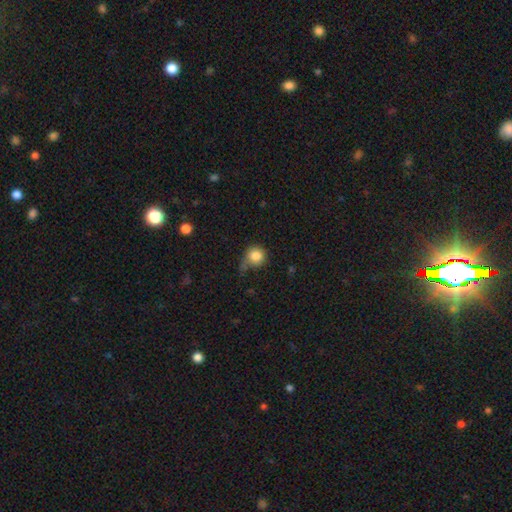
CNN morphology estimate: smooth-or-featured: smooth: 83% | star or artifact: 10% | featured or disk: 7%
  how-rounded: round: 89% | in between: 10% | cigar-shaped: 1%
  merging: none: 49% | minor disturbance: 31% | major disturbance: 15% | merger: 6%